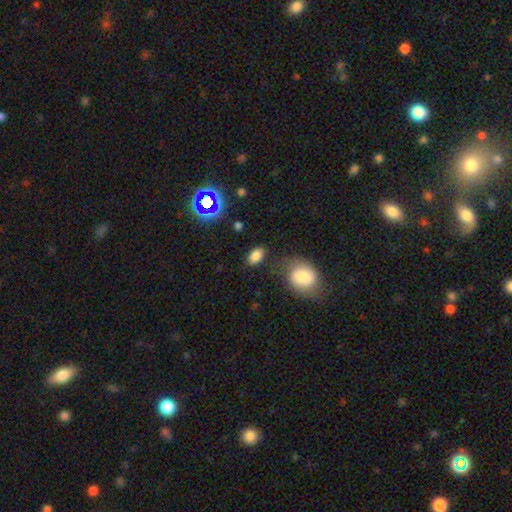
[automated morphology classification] Overall: smooth (81%). How rounded: in between (88%). Merging: none (77%).